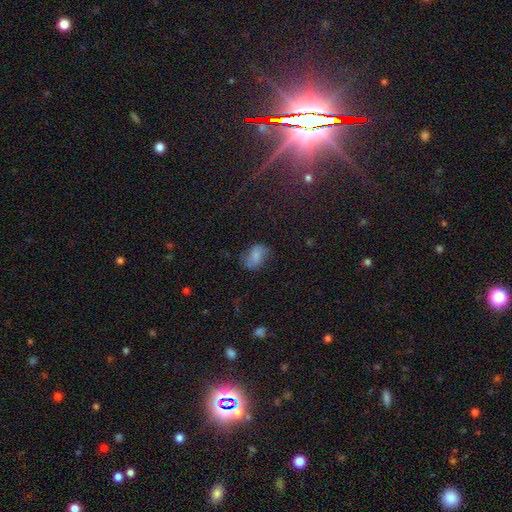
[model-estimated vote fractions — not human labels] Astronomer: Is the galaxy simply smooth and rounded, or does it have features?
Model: smooth — 64%.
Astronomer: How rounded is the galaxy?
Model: in between — 80%.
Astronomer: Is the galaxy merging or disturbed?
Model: none — 63%.